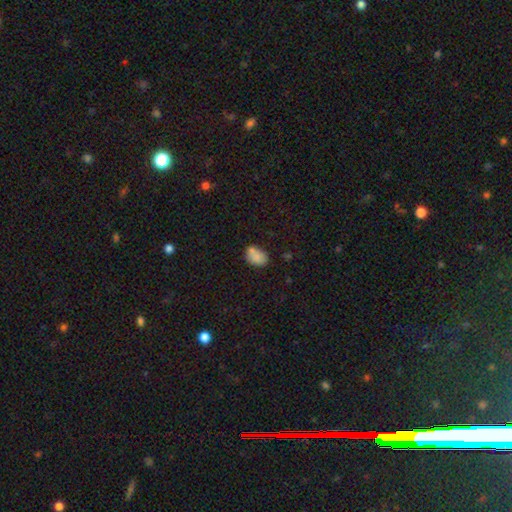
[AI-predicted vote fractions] Overall: smooth (82%). How rounded: in between (77%). Merging: none (52%; merger 21%).